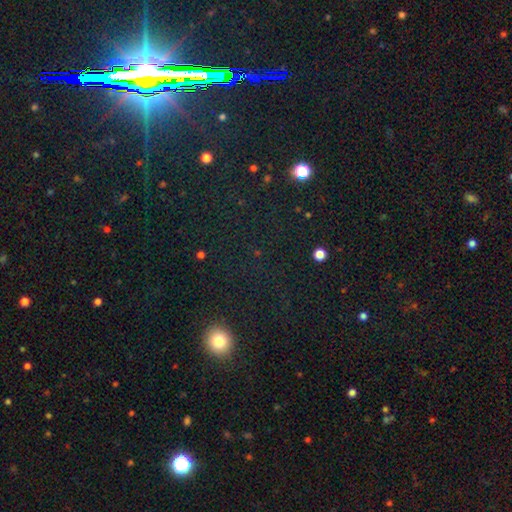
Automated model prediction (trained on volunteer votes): Smooth or featured? Predicted: star or artifact (p=0.63).